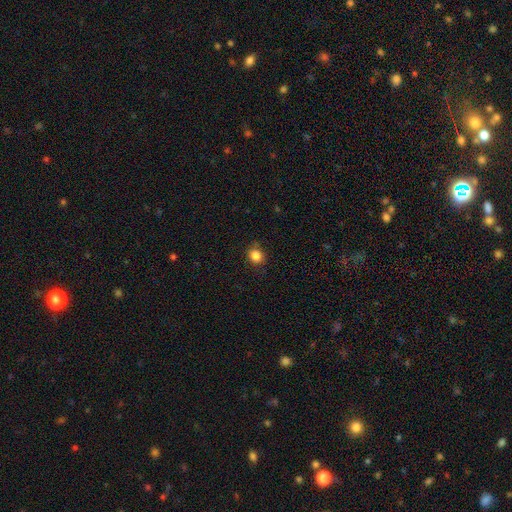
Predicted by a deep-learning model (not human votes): smooth_or_featured: smooth (p=0.85) [alt: star or artifact p=0.11]
how_rounded: round (p=0.81) [alt: in between p=0.18]
merging: none (p=0.83) [alt: minor disturbance p=0.12]